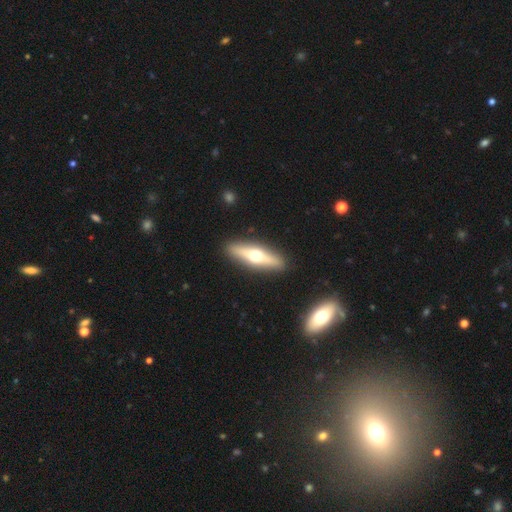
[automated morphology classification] Smooth or featured? featured or disk (55%)
Edge-on disk? yes (89%)
Merging? none (90%)